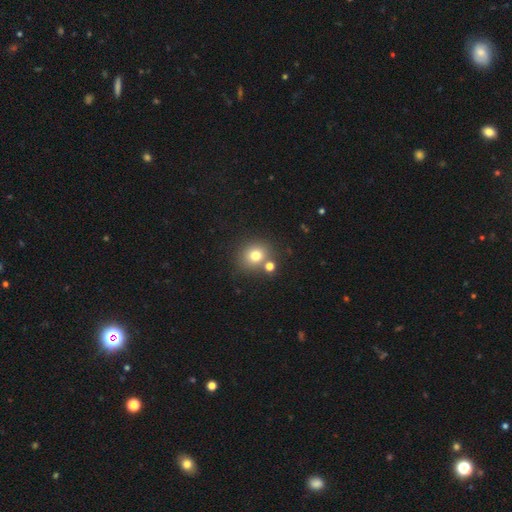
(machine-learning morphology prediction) type=smooth (76%); roundness=round (81%); merging=none (72%).